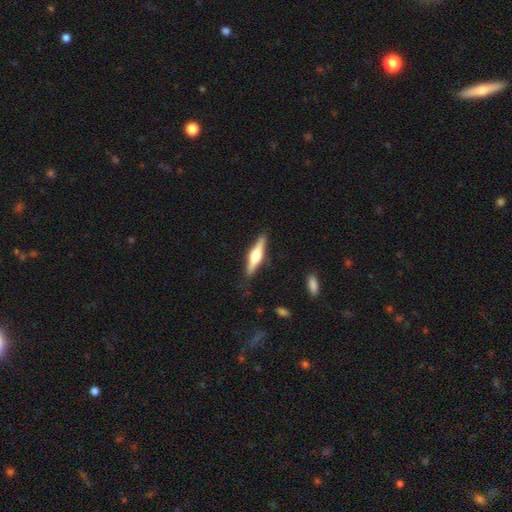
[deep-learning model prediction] smooth_or_featured: featured or disk (p=0.65) [alt: smooth p=0.29]
disk_edge_on: yes (p=0.97) [alt: no p=0.03]
edge_on_bulge: rounded (p=0.93) [alt: boxy p=0.05]
merging: none (p=0.87) [alt: minor disturbance p=0.10]